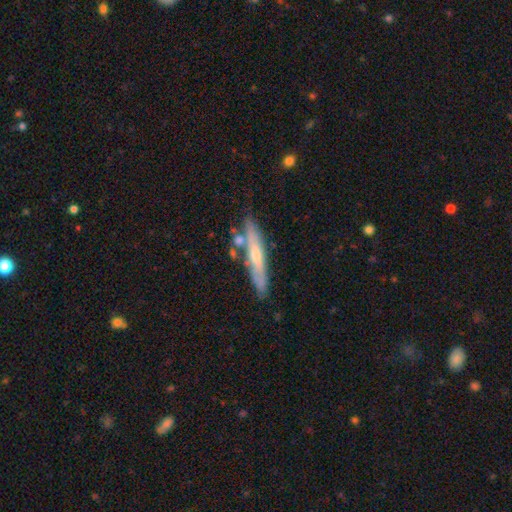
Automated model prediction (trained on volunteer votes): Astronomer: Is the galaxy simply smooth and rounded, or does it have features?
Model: featured or disk — 52% (runner-up: smooth, 42%).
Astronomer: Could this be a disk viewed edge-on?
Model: yes — 82%.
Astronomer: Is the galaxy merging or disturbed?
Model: none — 71%.